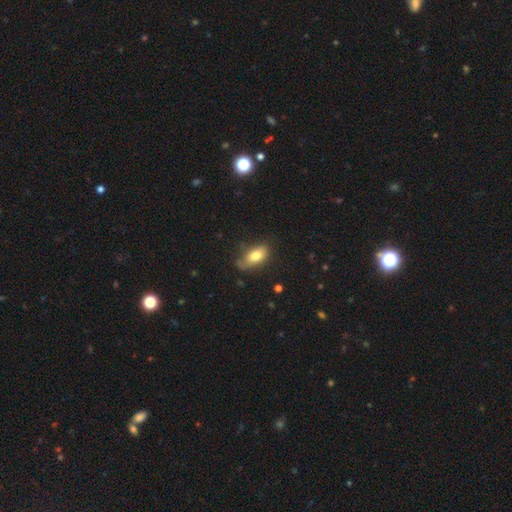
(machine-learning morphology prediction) Q: Smooth or featured?
A: smooth (76%); runner-up: featured or disk (17%)
Q: How rounded?
A: in between (88%); runner-up: cigar-shaped (8%)
Q: Merging?
A: none (59%); runner-up: minor disturbance (29%)